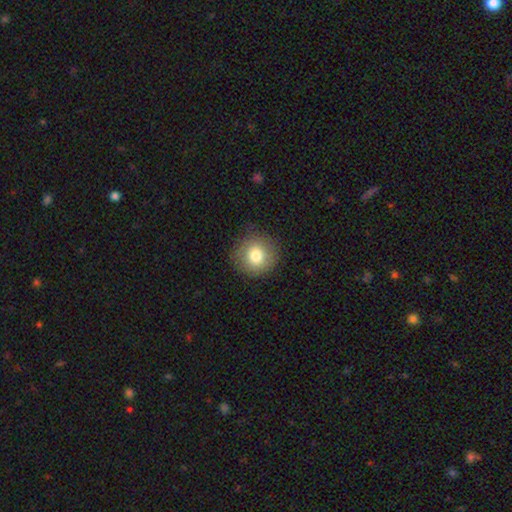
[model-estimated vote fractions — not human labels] smooth-or-featured: smooth: 80% | featured or disk: 10% | star or artifact: 10%
  how-rounded: round: 93% | in between: 6% | cigar-shaped: 1%
  merging: none: 88% | minor disturbance: 8% | major disturbance: 3% | merger: 1%